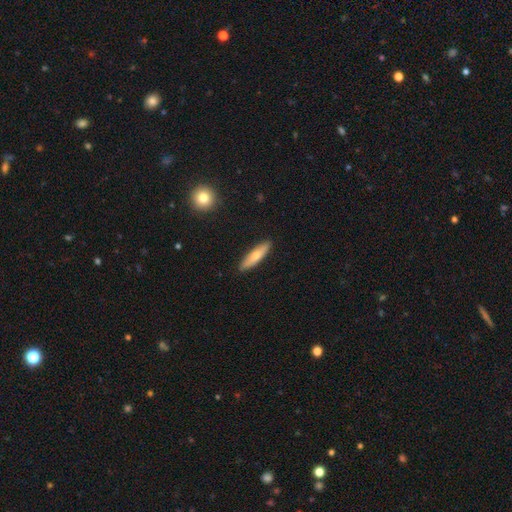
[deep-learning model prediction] This appears to be a smooth galaxy with no disk features (64%) that is cigar-shaped (73%). Merging: none (90%).